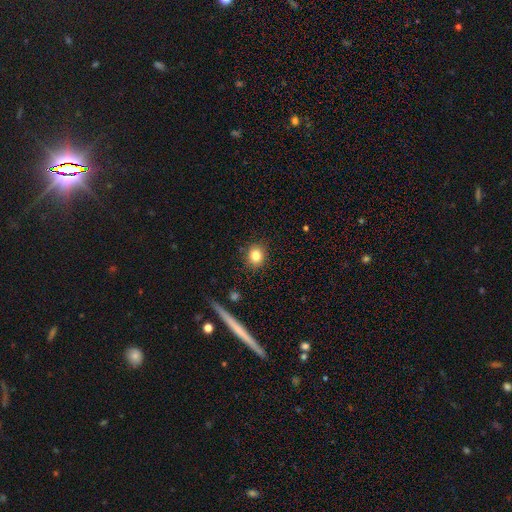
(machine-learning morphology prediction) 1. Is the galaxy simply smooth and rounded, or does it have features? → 82% smooth, 11% star or artifact, 8% featured or disk.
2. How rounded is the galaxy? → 76% round, 23% in between, 1% cigar-shaped.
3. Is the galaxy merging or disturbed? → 88% none, 8% minor disturbance, 2% major disturbance, 1% merger.